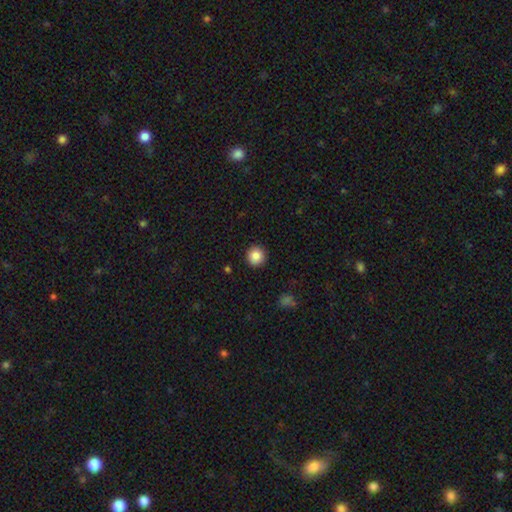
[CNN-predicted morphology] Overall: smooth (85%). How rounded: round (94%). Merging: none (92%).